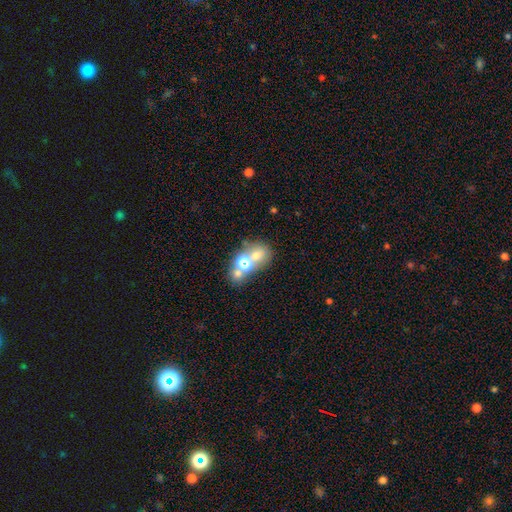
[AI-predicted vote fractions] Smooth or featured? smooth (57%)
How rounded? round (60%)
Merging? none (45%)